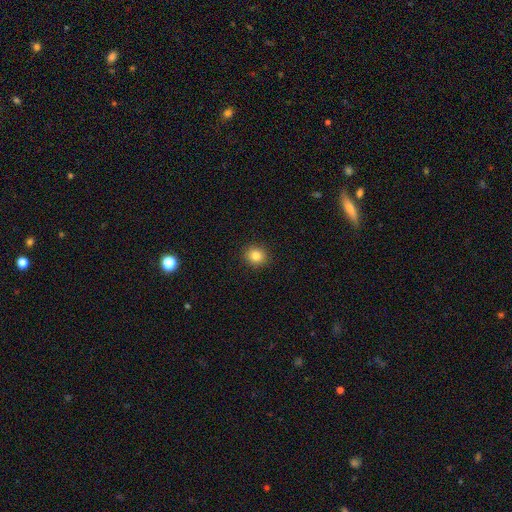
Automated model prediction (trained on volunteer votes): A smooth galaxy with no disk features (84%) that is round (85%).

Vote fractions:
- Smooth or featured? smooth: 84% / star or artifact: 11% / featured or disk: 6%
- How rounded? round: 85% / in between: 15% / cigar-shaped: 1%
- Merging? none: 92% / minor disturbance: 5% / major disturbance: 2% / merger: 1%